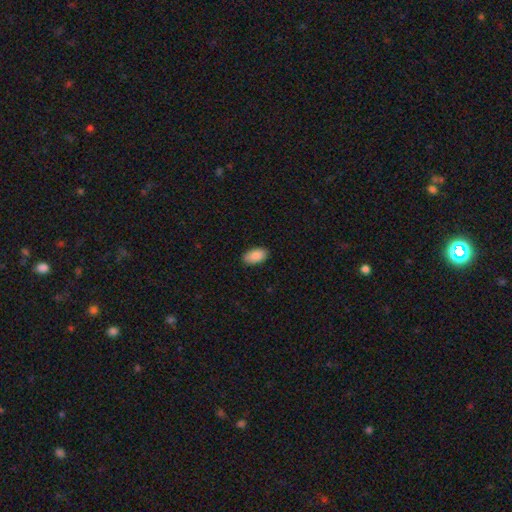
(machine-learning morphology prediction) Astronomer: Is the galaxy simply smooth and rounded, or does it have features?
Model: smooth — 88%.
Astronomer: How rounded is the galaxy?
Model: in between — 95%.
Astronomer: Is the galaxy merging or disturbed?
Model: none — 88%.